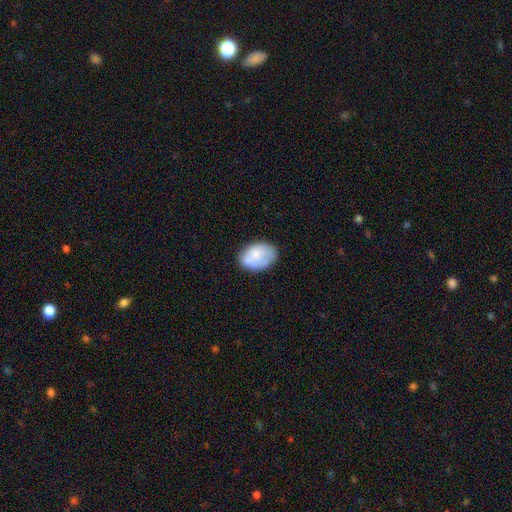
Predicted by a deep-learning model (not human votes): Smooth or featured? Predicted: smooth (p=0.67). How rounded? Predicted: in between (p=0.83). Merging? Predicted: none (p=0.58).